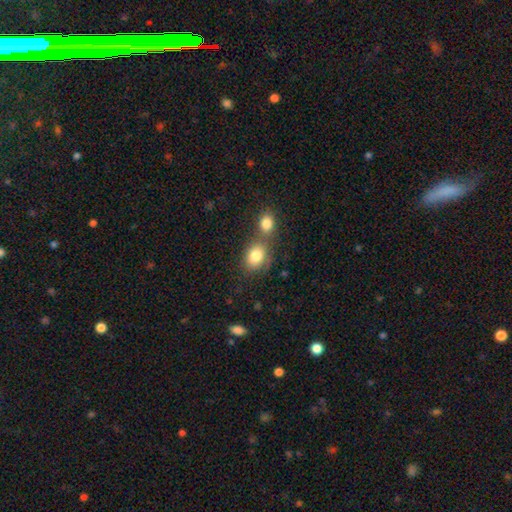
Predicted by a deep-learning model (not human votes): smooth-or-featured: smooth: 83% | star or artifact: 9% | featured or disk: 8%
  how-rounded: in between: 57% | round: 42% | cigar-shaped: 1%
  merging: none: 43% | merger: 42% | minor disturbance: 11% | major disturbance: 4%